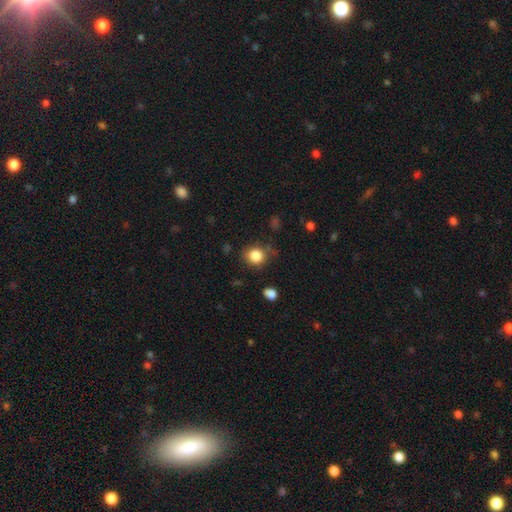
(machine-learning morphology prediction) This appears to be a smooth galaxy with no disk features (85%) that is round (80%). Merging: none (78%).